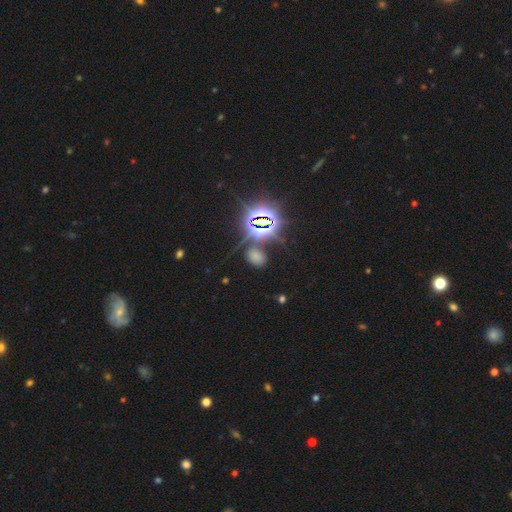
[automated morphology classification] Smooth or featured? star or artifact (49%)